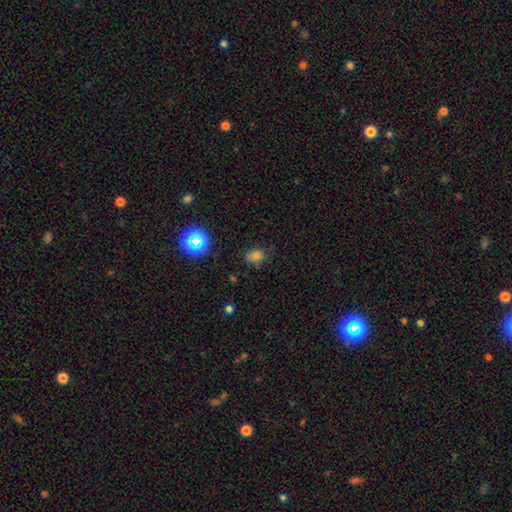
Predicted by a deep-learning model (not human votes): This appears to be a smooth galaxy with no disk features (70%) that is in between round and cigar-shaped (63%). Merging: none (66%).